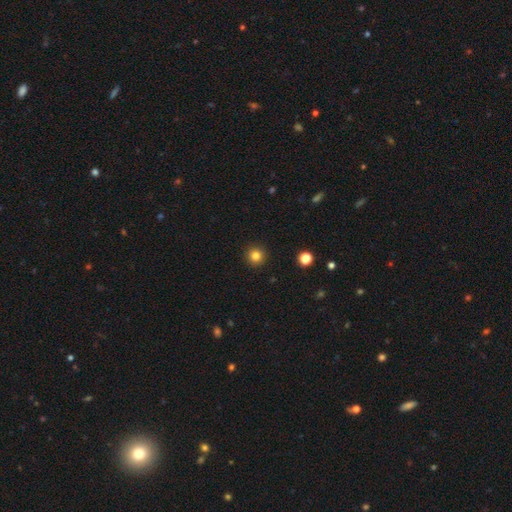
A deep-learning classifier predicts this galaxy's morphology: A smooth galaxy with no disk features (82%) that is round (95%). Merging: none (93%).